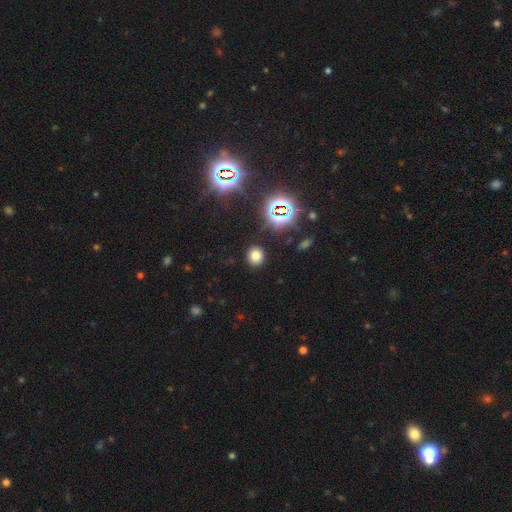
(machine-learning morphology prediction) A smooth galaxy with no disk features (71%) that is round (74%). Merging: none (88%).